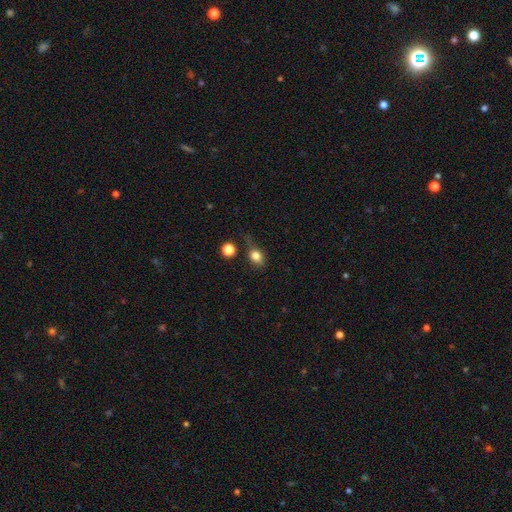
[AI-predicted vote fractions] Smooth or featured?
  - smooth: 79% *
  - star or artifact: 11%
  - featured or disk: 10%
How rounded?
  - in between: 54% *
  - round: 43%
  - cigar-shaped: 3%
Merging?
  - none: 56% *
  - minor disturbance: 27%
  - major disturbance: 11%
  - merger: 7%